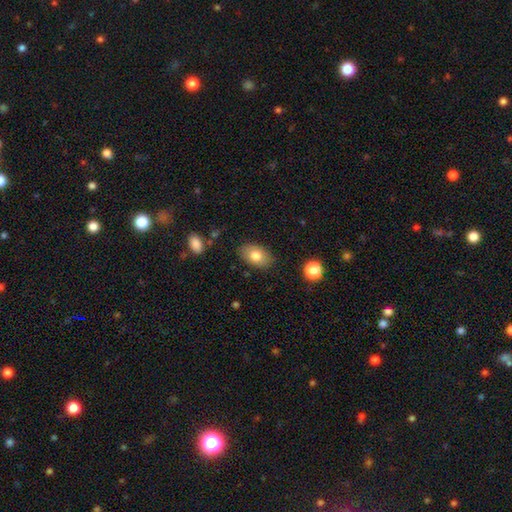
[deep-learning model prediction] smooth_or_featured: smooth (p=0.78) [alt: featured or disk p=0.15]
how_rounded: in between (p=0.89) [alt: round p=0.10]
merging: none (p=0.84) [alt: minor disturbance p=0.12]